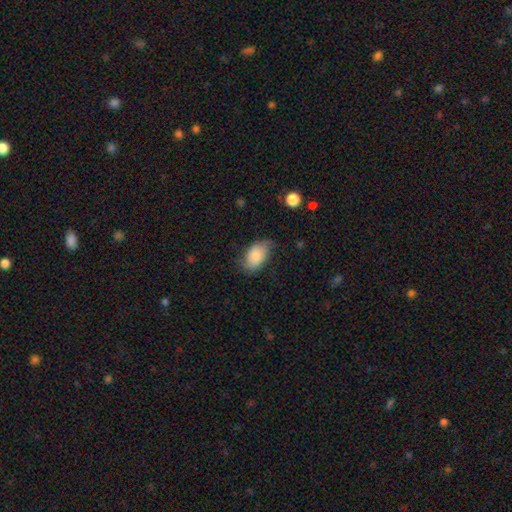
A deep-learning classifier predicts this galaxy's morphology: This is likely a smooth galaxy (76%). How rounded: clearly in between (92%). Merging: possibly none (60%).